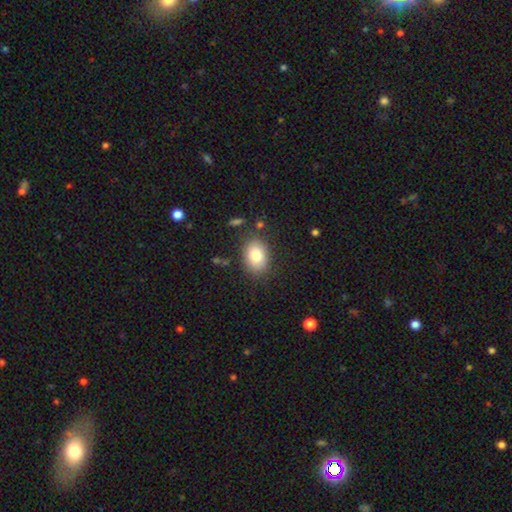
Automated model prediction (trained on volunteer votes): A smooth galaxy with no disk features (82%) that is in between round and cigar-shaped (74%).

Vote fractions:
- Smooth or featured? smooth: 82% / featured or disk: 10% / star or artifact: 8%
- How rounded? in between: 74% / round: 25% / cigar-shaped: 1%
- Merging? none: 82% / minor disturbance: 12% / major disturbance: 4% / merger: 3%